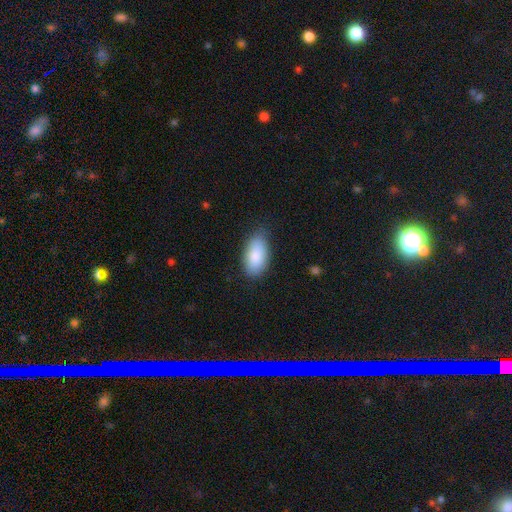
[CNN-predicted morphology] Q: Smooth or featured?
A: smooth (87%); runner-up: featured or disk (7%)
Q: How rounded?
A: in between (94%); runner-up: round (3%)
Q: Merging?
A: none (79%); runner-up: minor disturbance (17%)